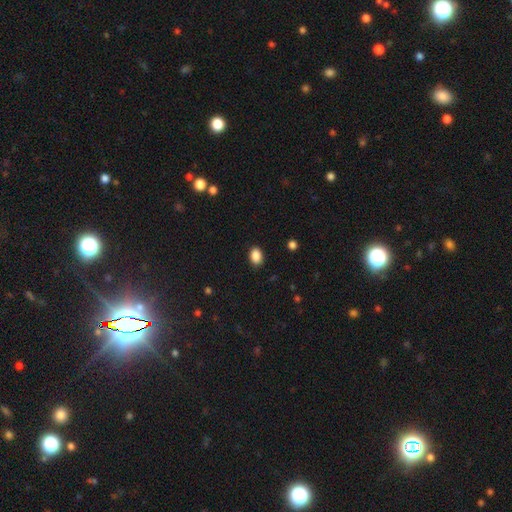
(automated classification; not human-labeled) Smooth or featured: smooth — 88% (star or artifact — 9%)
How rounded: in between — 77% (round — 22%)
Merging: none — 88% (minor disturbance — 9%)